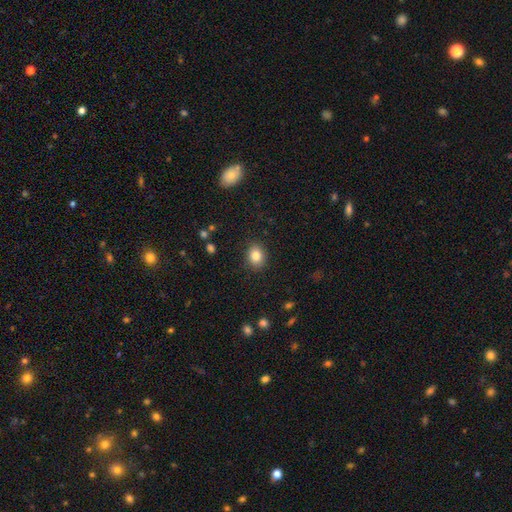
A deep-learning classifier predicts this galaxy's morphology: A smooth galaxy with no disk features (83%) that is round (54%). Merging: none (88%).